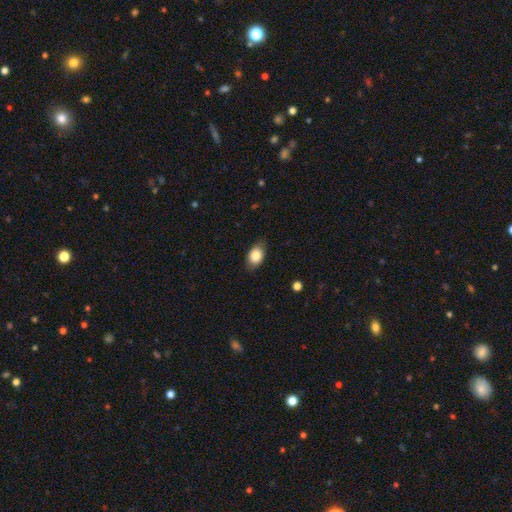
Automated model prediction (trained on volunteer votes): This is clearly a smooth galaxy (84%). How rounded: clearly in between (82%). Merging: clearly none (80%).